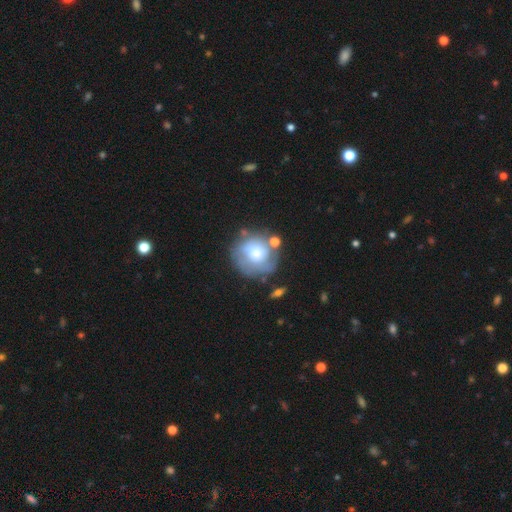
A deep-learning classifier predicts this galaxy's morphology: Smooth or featured?
  - smooth: 47% *
  - featured or disk: 44%
  - star or artifact: 8%
Merging?
  - none: 56% *
  - minor disturbance: 21%
  - major disturbance: 12%
  - merger: 10%